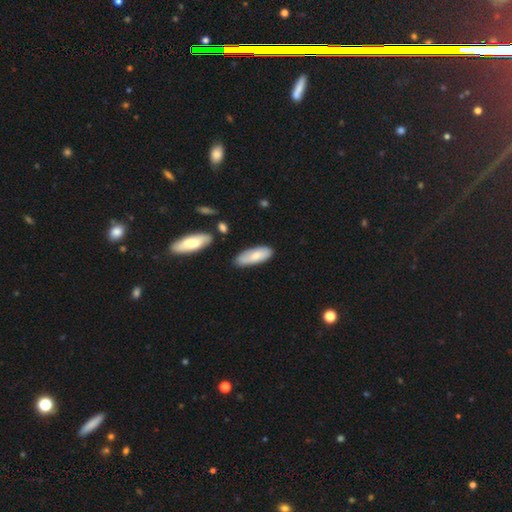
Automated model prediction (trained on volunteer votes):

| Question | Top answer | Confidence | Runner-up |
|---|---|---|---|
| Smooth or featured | smooth | 73% | featured or disk (21%) |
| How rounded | in between | 71% | cigar-shaped (27%) |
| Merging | none | 74% | minor disturbance (19%) |